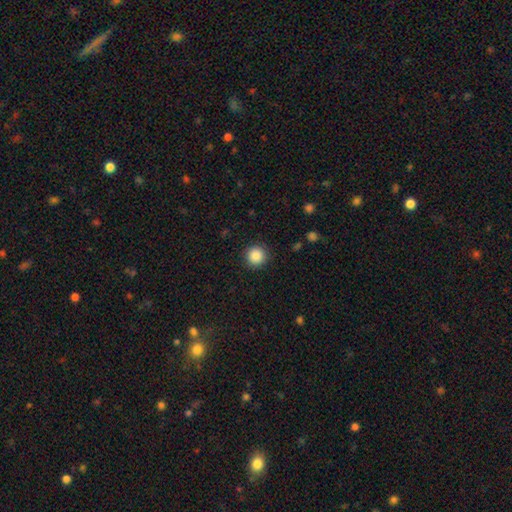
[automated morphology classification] Smooth or featured? Predicted: smooth (p=0.88). How rounded? Predicted: round (p=0.95). Merging? Predicted: none (p=0.91).